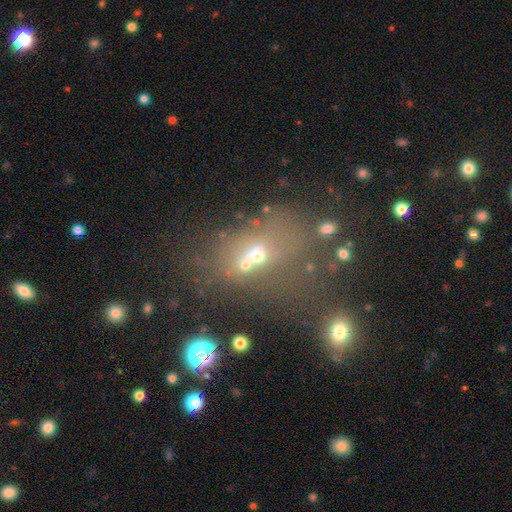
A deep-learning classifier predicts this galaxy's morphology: Smooth or featured?
  - smooth: 45% *
  - star or artifact: 30%
  - featured or disk: 25%
Merging?
  - merger: 43% *
  - none: 33%
  - major disturbance: 12%
  - minor disturbance: 12%